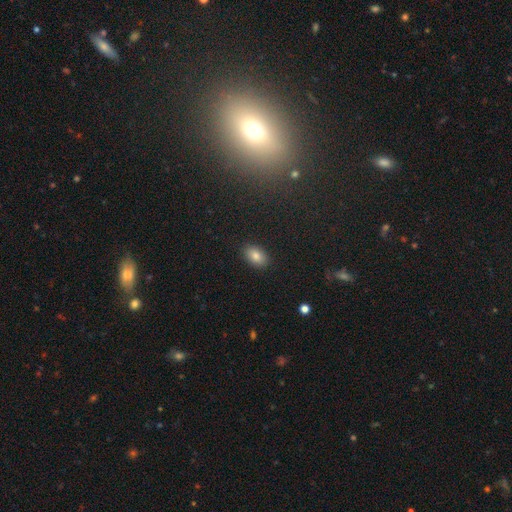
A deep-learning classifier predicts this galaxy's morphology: Smooth or featured? smooth (83%)
How rounded? in between (87%)
Merging? none (88%)